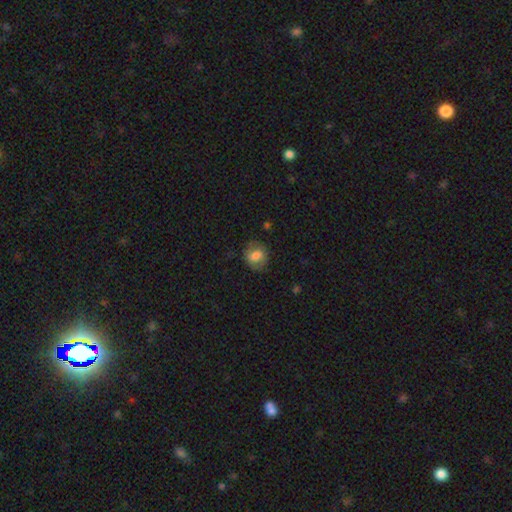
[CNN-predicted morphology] The model was most divided on "how rounded": round: 54%, in between: 44%, cigar-shaped: 1%. More confident: merging — none (75%); smooth or featured — smooth (71%).